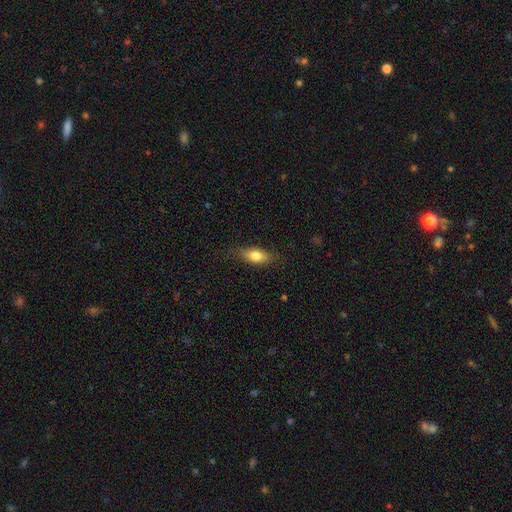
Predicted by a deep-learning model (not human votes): A smooth galaxy with no disk features (75%) that is in between round and cigar-shaped (79%). Merging: none (78%).